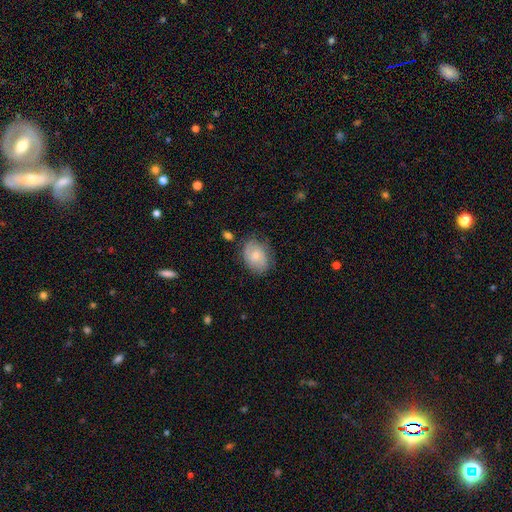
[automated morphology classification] type=smooth (62%); roundness=in between (68%); merging=none (74%).